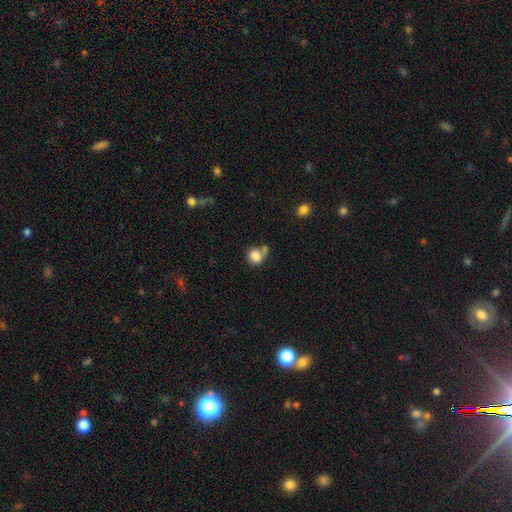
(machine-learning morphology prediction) A smooth galaxy with no disk features (83%) that is round (69%). Merging: none (45%).